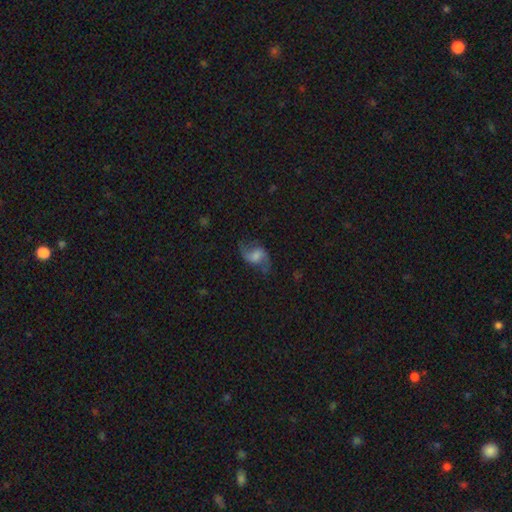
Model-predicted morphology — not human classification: smooth_or_featured: featured or disk (p=0.70) [alt: smooth p=0.21]
disk_edge_on: no (p=0.97) [alt: yes p=0.03]
bar: weak (p=0.48) [alt: no p=0.38]
has_spiral_arms: yes (p=0.92) [alt: no p=0.08]
spiral_winding: loose (p=0.71) [alt: medium p=0.24]
spiral_arm_count: 2 (p=0.90) [alt: 1 p=0.04]
bulge_size: moderate (p=0.30) [alt: small p=0.26]
merging: none (p=0.66) [alt: minor disturbance p=0.19]